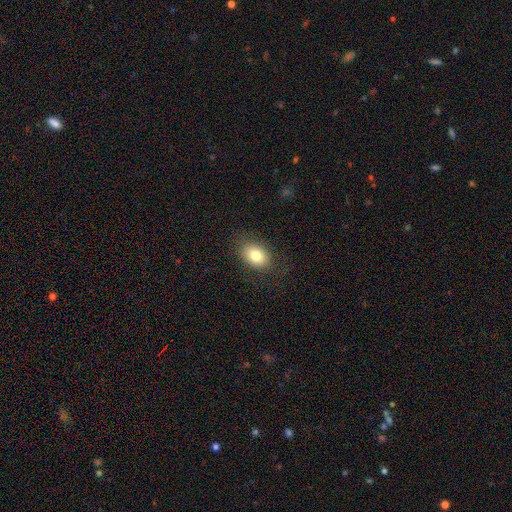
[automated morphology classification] Smooth or featured? Predicted: smooth (p=0.80). How rounded? Predicted: in between (p=0.76). Merging? Predicted: none (p=0.83).